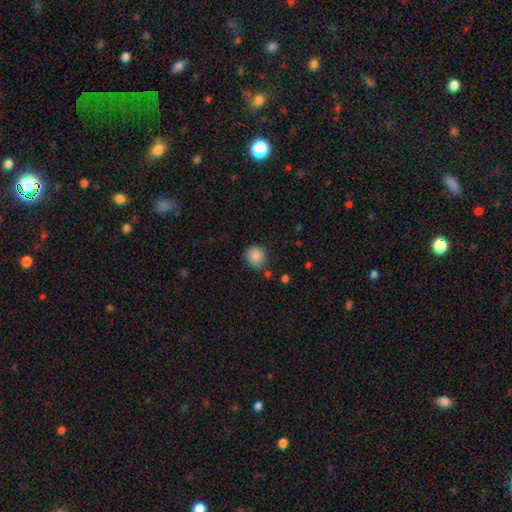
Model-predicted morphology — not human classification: Smooth or featured? smooth (87%)
How rounded? round (82%)
Merging? none (72%)